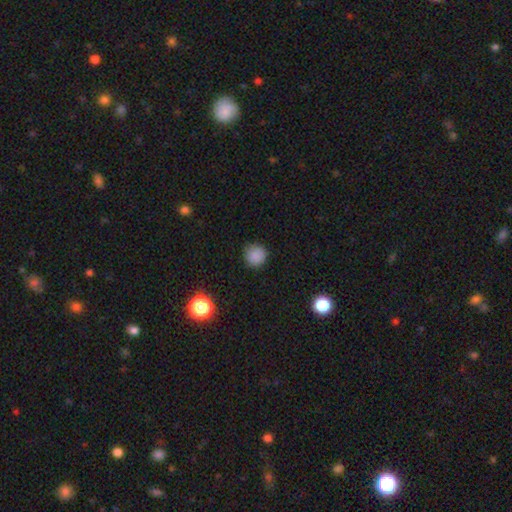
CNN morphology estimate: Overall: smooth (85%). How rounded: round (93%). Merging: none (86%).